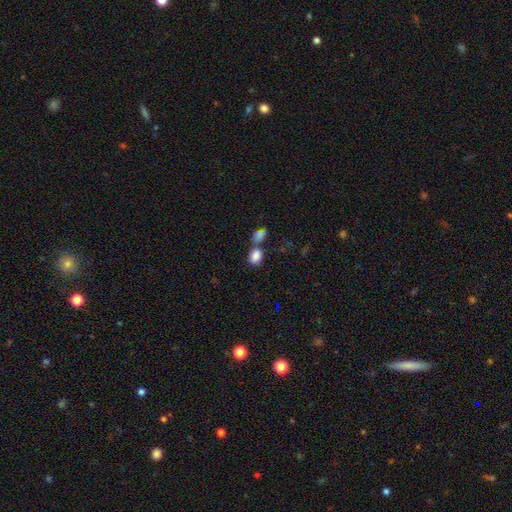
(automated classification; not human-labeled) Smooth or featured? Predicted: smooth (p=0.85). How rounded? Predicted: in between (p=0.68). Merging? Predicted: merger (p=0.43).